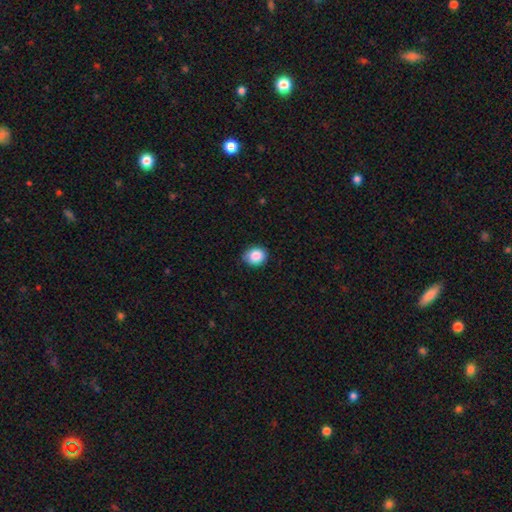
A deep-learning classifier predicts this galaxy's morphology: The model was most divided on "how rounded": round: 61%, in between: 38%, cigar-shaped: 1%. More confident: smooth or featured — smooth (87%); merging — none (84%).